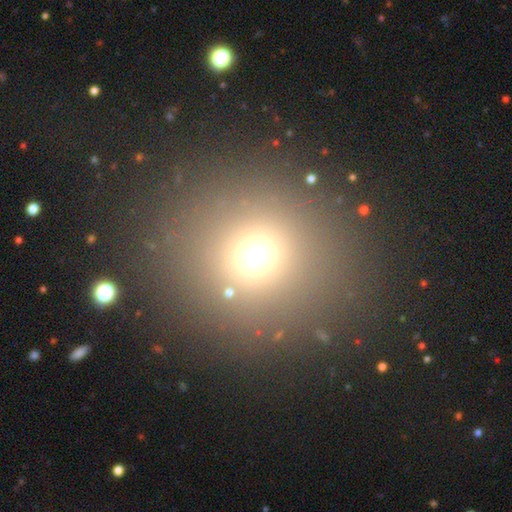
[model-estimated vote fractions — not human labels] Overall: smooth (65%; star or artifact 27%). How rounded: round (90%). Merging: none (87%).